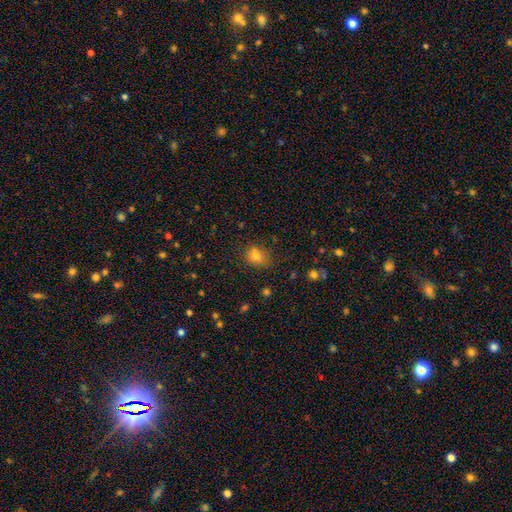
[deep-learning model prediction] Smooth or featured: smooth — 76% (star or artifact — 16%)
How rounded: round — 58% (in between — 41%)
Merging: none — 73% (minor disturbance — 18%)